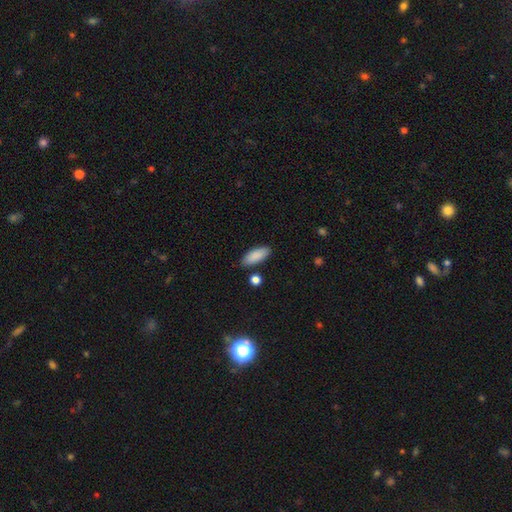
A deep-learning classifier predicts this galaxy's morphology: smooth-or-featured: smooth: 89% | star or artifact: 6% | featured or disk: 5%
  how-rounded: in between: 79% | cigar-shaped: 19% | round: 2%
  merging: none: 83% | minor disturbance: 11% | merger: 4% | major disturbance: 2%